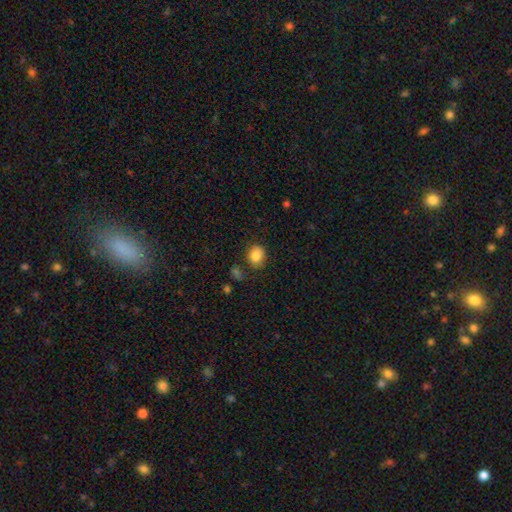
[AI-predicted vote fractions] Smooth or featured?
  - smooth: 84% *
  - star or artifact: 9%
  - featured or disk: 7%
How rounded?
  - round: 55% *
  - in between: 44%
  - cigar-shaped: 1%
Merging?
  - none: 80% *
  - minor disturbance: 13%
  - merger: 4%
  - major disturbance: 3%